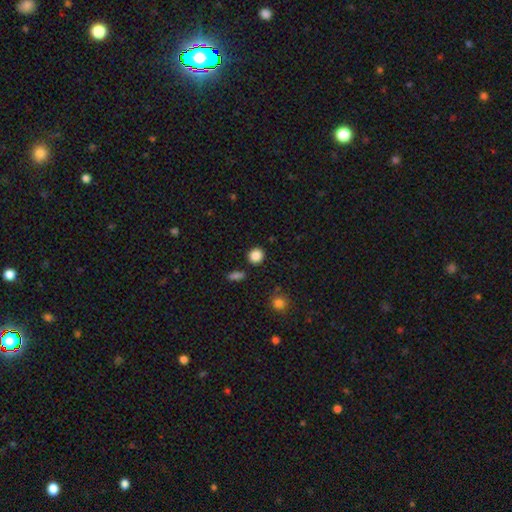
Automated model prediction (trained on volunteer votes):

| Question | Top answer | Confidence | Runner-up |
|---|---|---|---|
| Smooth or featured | smooth | 86% | star or artifact (10%) |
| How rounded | round | 86% | in between (13%) |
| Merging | none | 88% | minor disturbance (7%) |